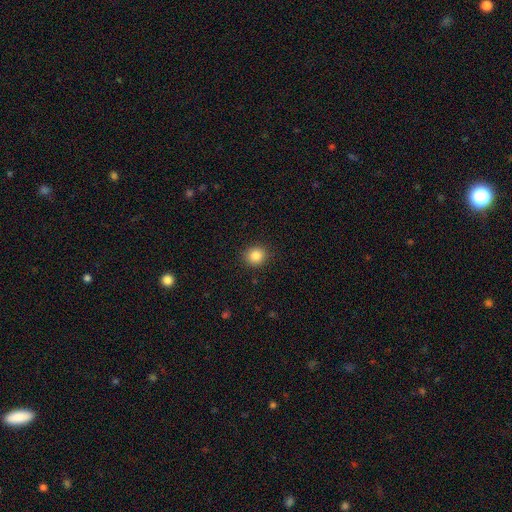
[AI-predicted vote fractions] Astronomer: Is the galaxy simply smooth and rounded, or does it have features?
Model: smooth — 85%.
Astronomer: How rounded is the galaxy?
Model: round — 84%.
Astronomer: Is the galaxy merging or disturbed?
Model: none — 90%.